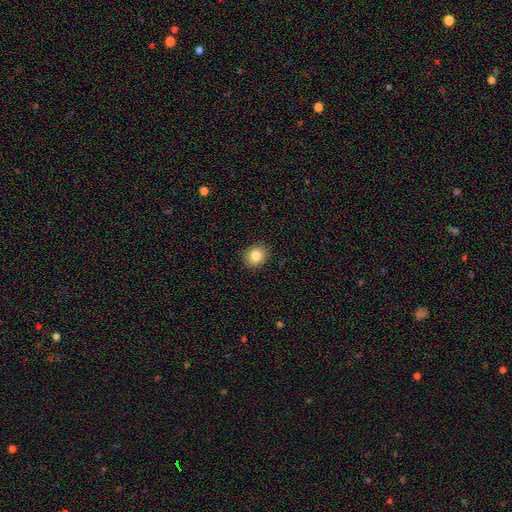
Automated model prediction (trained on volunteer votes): The model was most divided on "how rounded": round: 68%, in between: 32%, cigar-shaped: 1%. More confident: merging — none (90%); smooth or featured — smooth (84%).